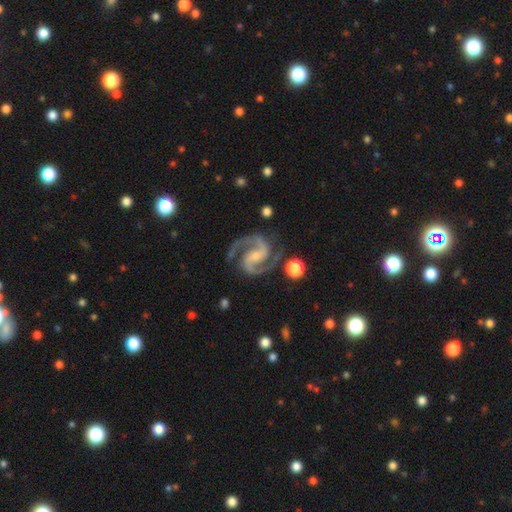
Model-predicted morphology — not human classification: Smooth or featured? Predicted: featured or disk (p=0.94). Edge-on disk? Predicted: no (p=0.98). Bar? Predicted: weak (p=0.39). Spiral arms? Predicted: yes (p=0.99). Spiral winding? Predicted: medium (p=0.66). Spiral arm count? Predicted: 2 (p=0.92). Bulge size? Predicted: small (p=0.59). Merging? Predicted: none (p=0.81).